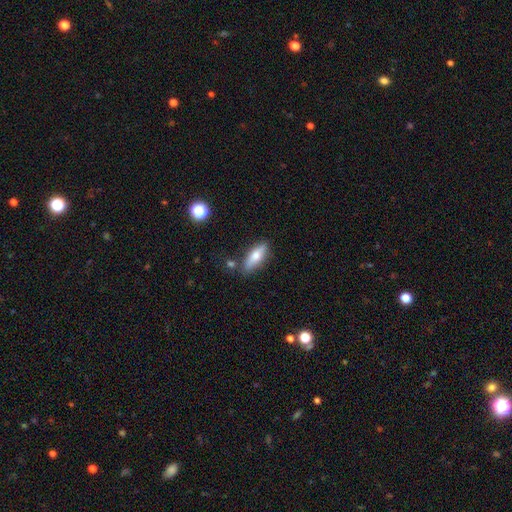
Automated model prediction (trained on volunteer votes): Overall: smooth (65%; featured or disk 28%). How rounded: in between (55%; cigar-shaped 42%). Merging: none (78%).